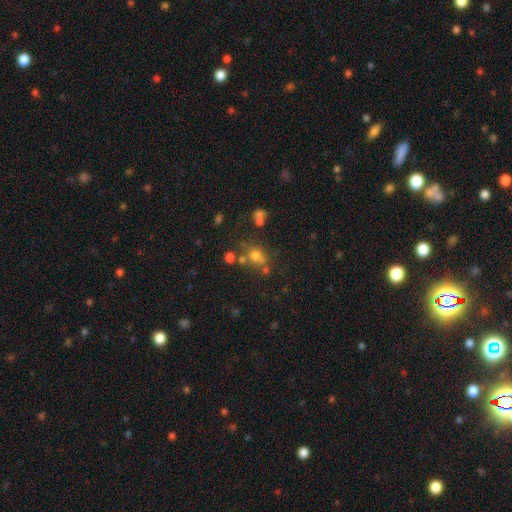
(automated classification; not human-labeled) Smooth or featured?
  - smooth: 63% *
  - star or artifact: 22%
  - featured or disk: 15%
How rounded?
  - round: 76% *
  - in between: 22%
  - cigar-shaped: 1%
Merging?
  - none: 56% *
  - merger: 25%
  - minor disturbance: 13%
  - major disturbance: 7%